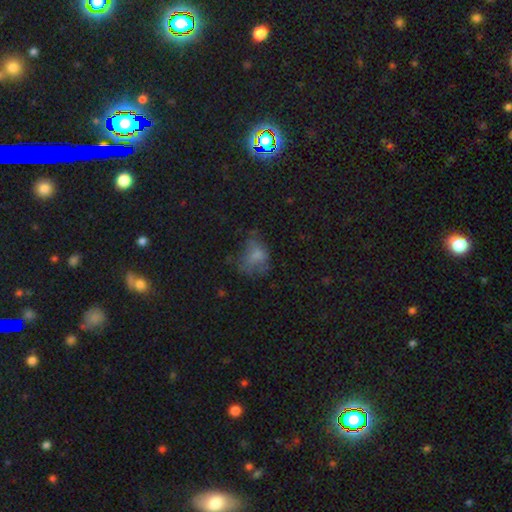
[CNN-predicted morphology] Smooth or featured: smooth — 60% (featured or disk — 24%)
How rounded: in between — 63% (round — 35%)
Merging: none — 38% (major disturbance — 33%)